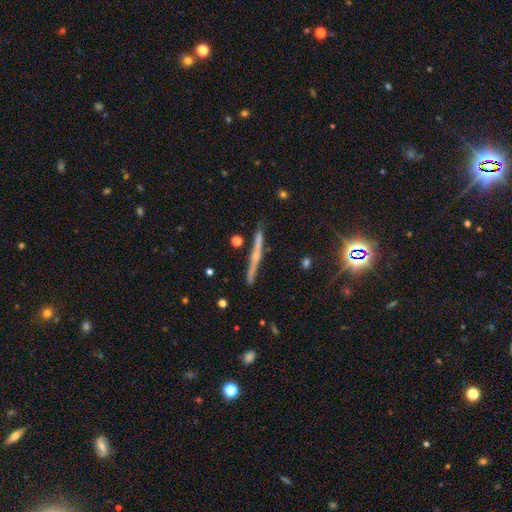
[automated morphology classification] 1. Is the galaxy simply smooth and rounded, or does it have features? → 67% featured or disk, 22% smooth, 12% star or artifact.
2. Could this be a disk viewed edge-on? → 97% yes, 3% no.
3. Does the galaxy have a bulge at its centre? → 62% rounded, 29% none, 9% boxy.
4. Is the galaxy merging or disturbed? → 87% none, 9% minor disturbance, 2% merger, 2% major disturbance.